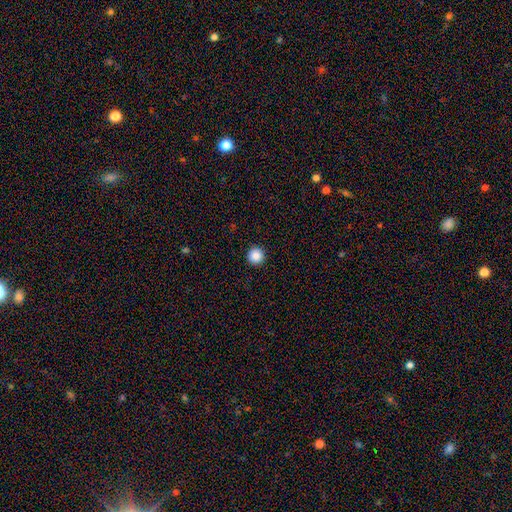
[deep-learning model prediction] Smooth or featured: smooth — 88% (star or artifact — 10%)
How rounded: round — 97% (in between — 2%)
Merging: none — 94% (minor disturbance — 4%)